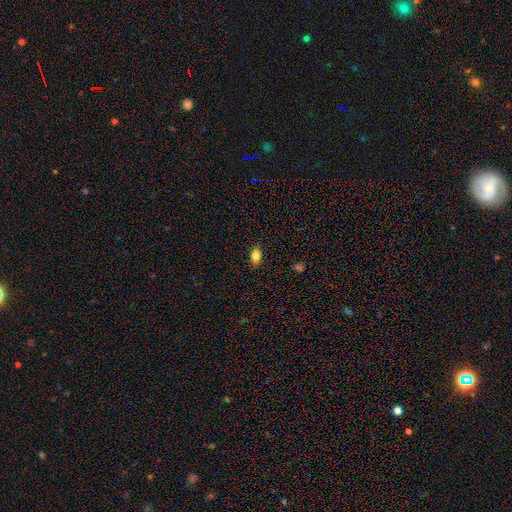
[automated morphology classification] A smooth galaxy with no disk features (80%) that is in between round and cigar-shaped (83%).

Vote fractions:
- Smooth or featured? smooth: 80% / featured or disk: 11% / star or artifact: 9%
- How rounded? in between: 83% / round: 12% / cigar-shaped: 5%
- Merging? none: 85% / minor disturbance: 12% / major disturbance: 2% / merger: 1%